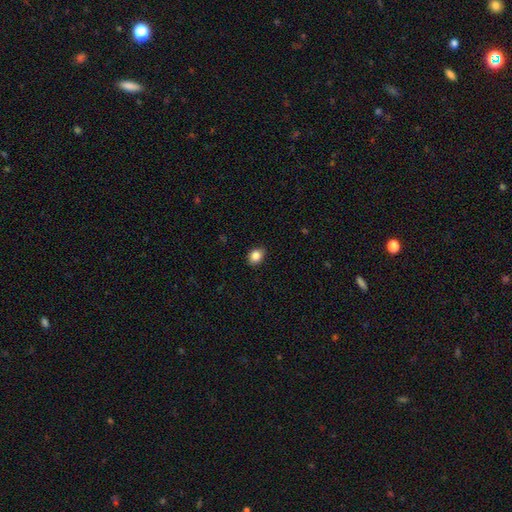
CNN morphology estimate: Overall: smooth (85%). How rounded: in between (59%; round 40%). Merging: none (88%).